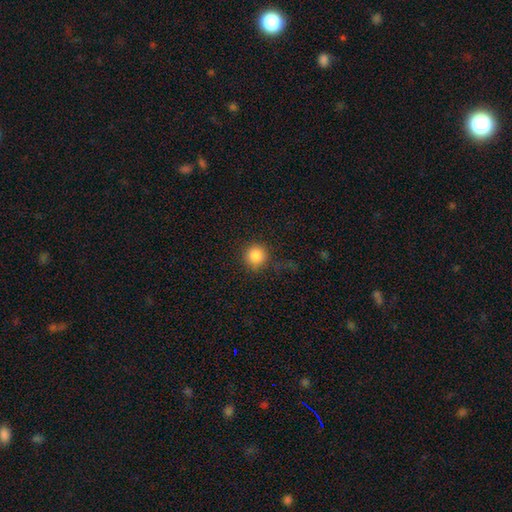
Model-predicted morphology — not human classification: Overall: smooth (86%). How rounded: round (94%). Merging: none (83%).